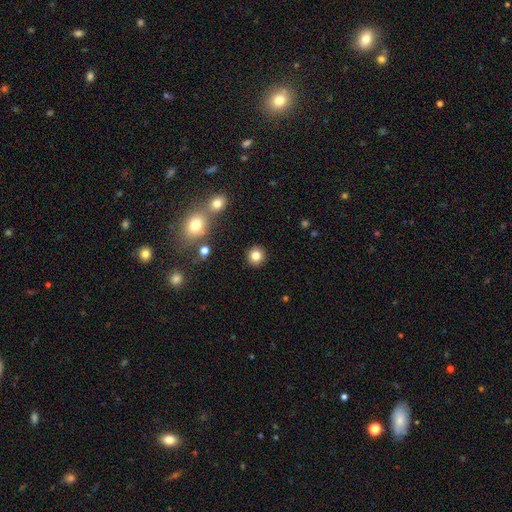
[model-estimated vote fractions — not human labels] A smooth galaxy with no disk features (82%) that is round (90%). Merging: none (90%).